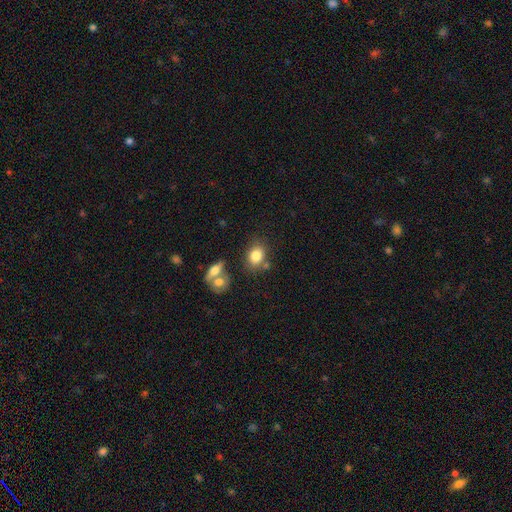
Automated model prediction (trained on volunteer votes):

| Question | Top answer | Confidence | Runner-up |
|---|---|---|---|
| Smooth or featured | smooth | 81% | featured or disk (10%) |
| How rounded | in between | 62% | round (36%) |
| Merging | none | 67% | merger (15%) |